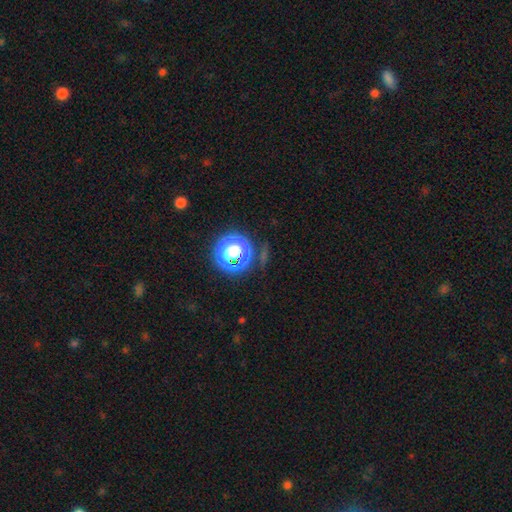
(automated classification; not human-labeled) Smooth or featured?
  - star or artifact: 73% *
  - smooth: 20%
  - featured or disk: 7%